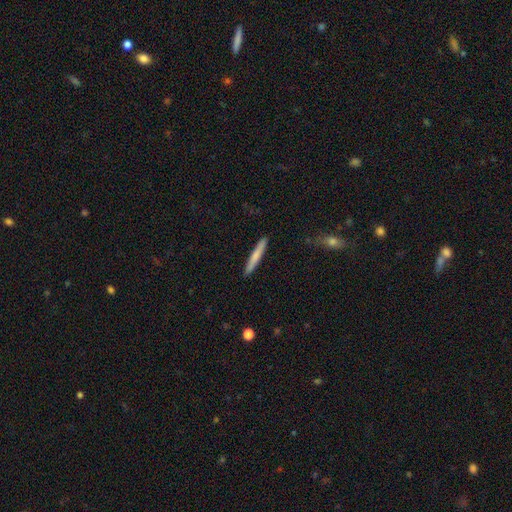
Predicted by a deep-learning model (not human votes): A smooth galaxy with no disk features (71%) that is cigar-shaped (96%).

Vote fractions:
- Smooth or featured? smooth: 71% / featured or disk: 23% / star or artifact: 5%
- How rounded? cigar-shaped: 96% / in between: 3% / round: 1%
- Merging? none: 90% / minor disturbance: 7% / major disturbance: 1% / merger: 1%